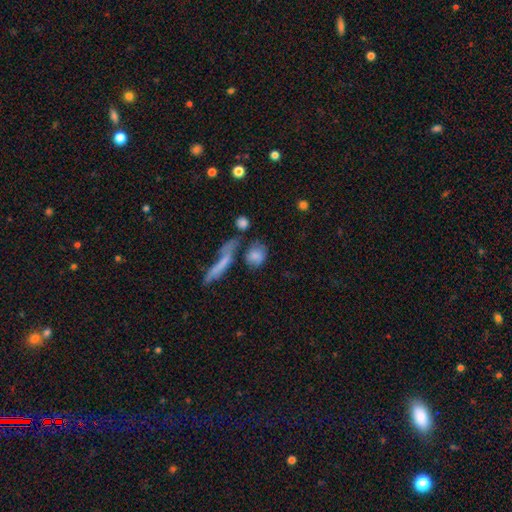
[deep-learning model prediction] A smooth galaxy with no disk features (73%) that is round (46%).

Vote fractions:
- Smooth or featured? smooth: 73% / featured or disk: 18% / star or artifact: 9%
- How rounded? round: 46% / in between: 40% / cigar-shaped: 13%
- Merging? none: 48% / merger: 22% / minor disturbance: 18% / major disturbance: 12%